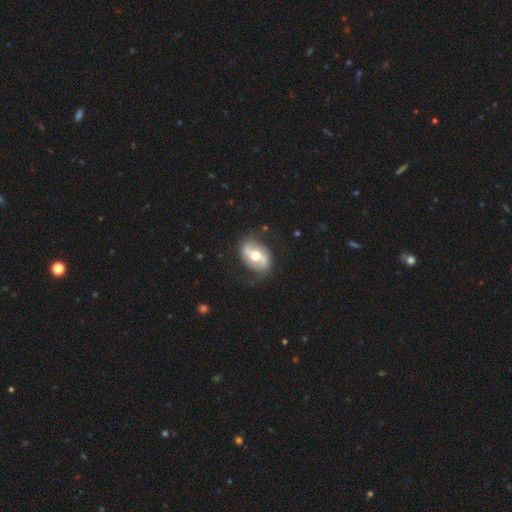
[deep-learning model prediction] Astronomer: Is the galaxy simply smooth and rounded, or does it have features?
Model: featured or disk — 72%.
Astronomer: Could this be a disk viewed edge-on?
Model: no — 96%.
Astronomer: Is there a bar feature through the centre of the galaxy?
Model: no — 41% (runner-up: weak, 34%).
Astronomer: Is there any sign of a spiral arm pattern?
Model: yes — 80%.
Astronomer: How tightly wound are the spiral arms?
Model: loose — 56% (runner-up: medium, 32%).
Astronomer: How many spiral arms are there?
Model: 2 — 90%.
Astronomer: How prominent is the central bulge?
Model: moderate — 77%.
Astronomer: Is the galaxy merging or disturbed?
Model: none — 79%.